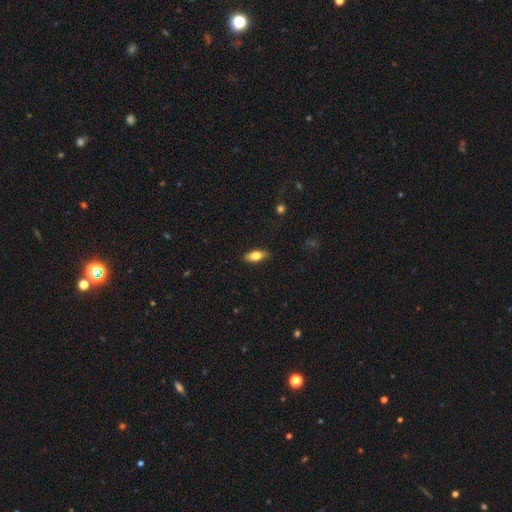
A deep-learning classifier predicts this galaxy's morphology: Smooth or featured?
  - smooth: 73% *
  - featured or disk: 20%
  - star or artifact: 7%
How rounded?
  - in between: 83% *
  - cigar-shaped: 14%
  - round: 3%
Merging?
  - none: 88% *
  - minor disturbance: 9%
  - major disturbance: 2%
  - merger: 1%